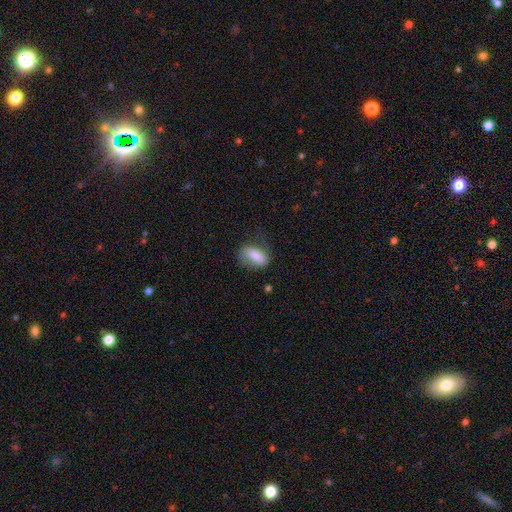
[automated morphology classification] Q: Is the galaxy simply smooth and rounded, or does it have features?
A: smooth — 75%.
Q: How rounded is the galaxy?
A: in between — 85%.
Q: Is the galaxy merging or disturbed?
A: none — 63%.